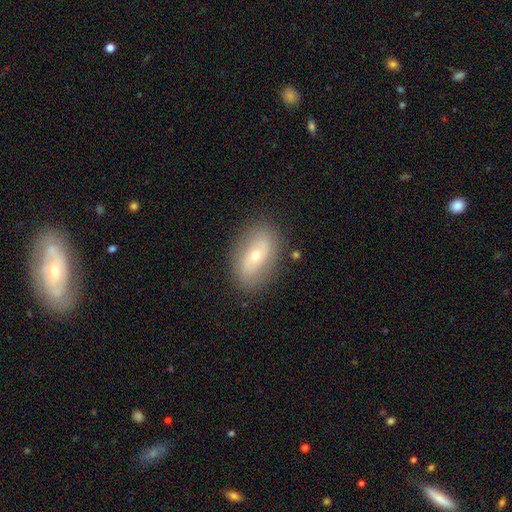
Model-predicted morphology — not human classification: smooth_or_featured: smooth (p=0.47) [alt: featured or disk p=0.44]
merging: none (p=0.84) [alt: minor disturbance p=0.11]